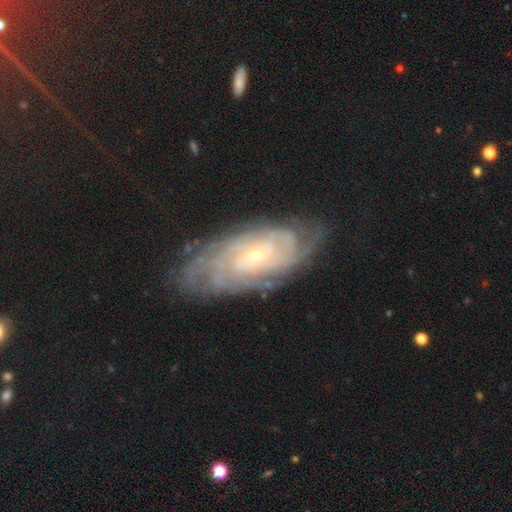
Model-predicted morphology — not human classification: A featured or disk galaxy (85%) with no bar (55%), tight (76%) spiral arms (96%) and a small central bulge (79%).

Vote fractions:
- Smooth or featured? featured or disk: 85% / smooth: 9% / star or artifact: 6%
- Edge-on disk? no: 93% / yes: 7%
- Bar? no: 55% / weak: 34% / strong: 11%
- Spiral arms? yes: 96% / no: 4%
- Spiral winding? tight: 76% / medium: 20% / loose: 4%
- Spiral arm count? can't tell: 40% / 4: 20% / more than 4: 14% / 3: 11% / 2: 10% / 1: 6%
- Bulge size? small: 79% / moderate: 17% / none: 2% / large: 1% / dominant: 1%
- Merging? none: 76% / minor disturbance: 17% / major disturbance: 5% / merger: 1%